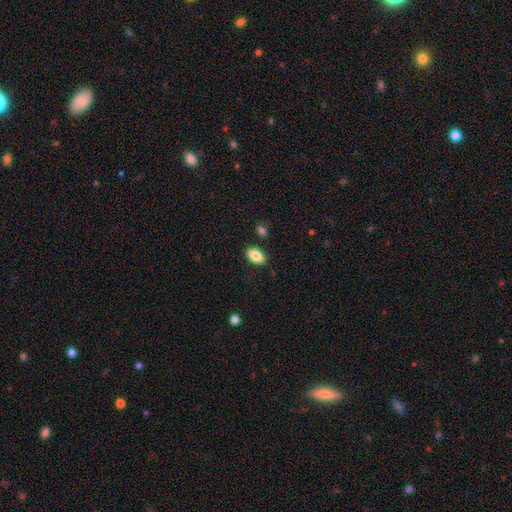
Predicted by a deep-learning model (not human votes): A smooth galaxy with no disk features (82%) that is in between round and cigar-shaped (91%). Merging: none (84%).